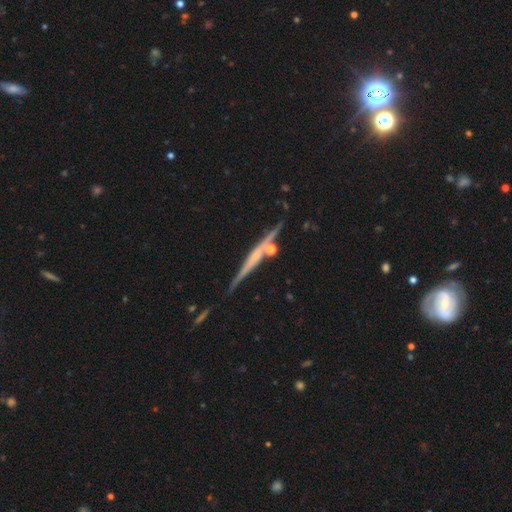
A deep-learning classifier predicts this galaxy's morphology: This is likely a featured or disk galaxy (72%). It is clearly viewed edge-on (97%). Edge-on bulge: possibly none (51%). Merging: clearly none (80%).